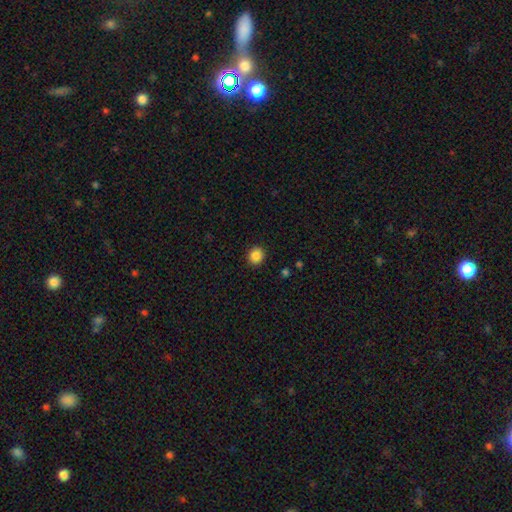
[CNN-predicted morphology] A smooth galaxy with no disk features (86%) that is round (82%). Merging: none (91%).